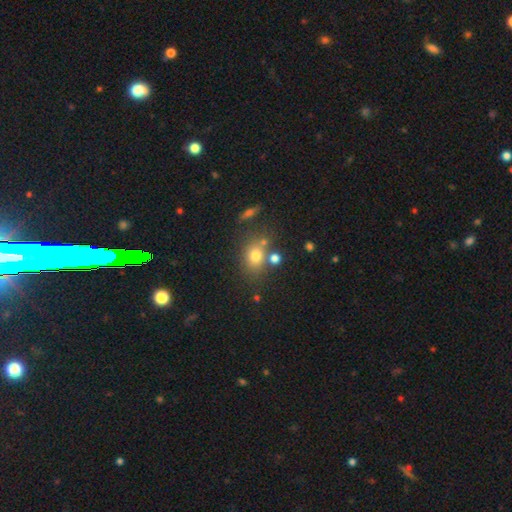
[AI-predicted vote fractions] A smooth galaxy with no disk features (73%) that is round (53%). Merging: none (64%).